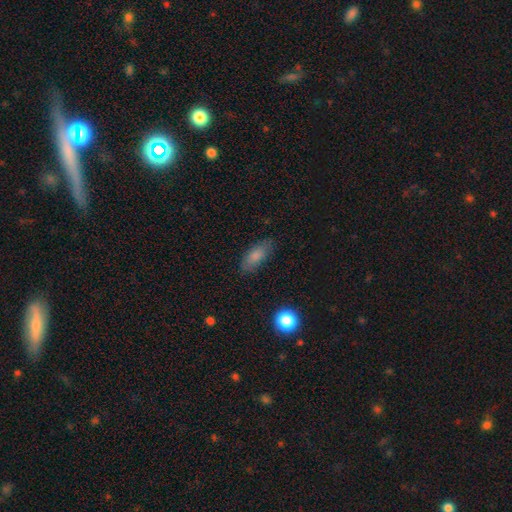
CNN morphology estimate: Smooth or featured?
  - smooth: 80% *
  - featured or disk: 12%
  - star or artifact: 8%
How rounded?
  - in between: 81% *
  - cigar-shaped: 16%
  - round: 3%
Merging?
  - none: 80% *
  - minor disturbance: 15%
  - major disturbance: 4%
  - merger: 1%